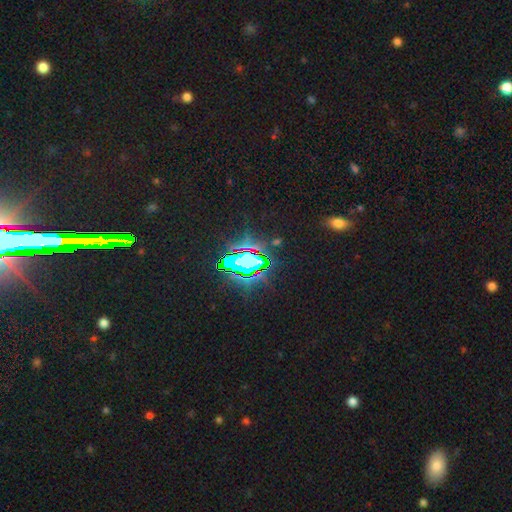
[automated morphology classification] type=star or artifact (84%).